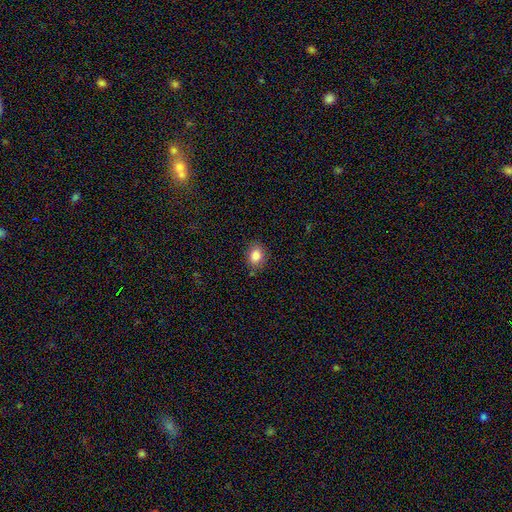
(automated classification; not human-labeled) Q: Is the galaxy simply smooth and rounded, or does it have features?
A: smooth — 84%.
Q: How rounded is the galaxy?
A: in between — 63%.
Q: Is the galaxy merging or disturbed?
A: none — 83%.